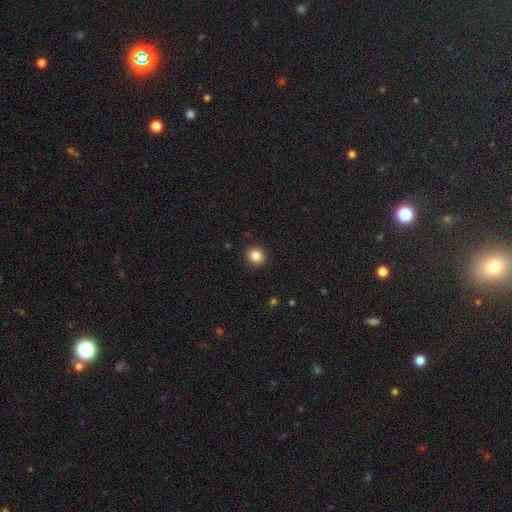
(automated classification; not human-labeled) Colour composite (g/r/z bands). It shows a smooth galaxy with no disk features (85%) that is round (91%). Merging: none (92%).